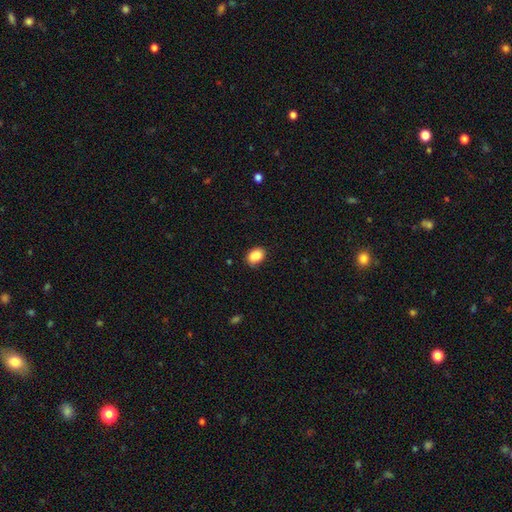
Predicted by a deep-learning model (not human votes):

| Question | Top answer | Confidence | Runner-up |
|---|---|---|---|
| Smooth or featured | smooth | 86% | star or artifact (9%) |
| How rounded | in between | 69% | round (29%) |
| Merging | none | 71% | minor disturbance (21%) |